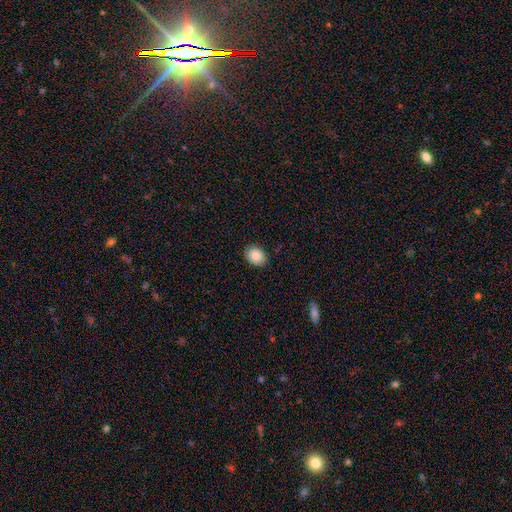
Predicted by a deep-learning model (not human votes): Smooth or featured? smooth (87%)
How rounded? in between (60%)
Merging? none (87%)